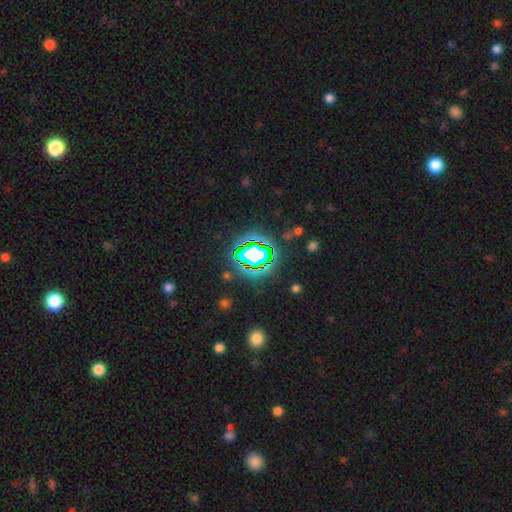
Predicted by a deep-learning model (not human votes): Smooth or featured? star or artifact (70%)